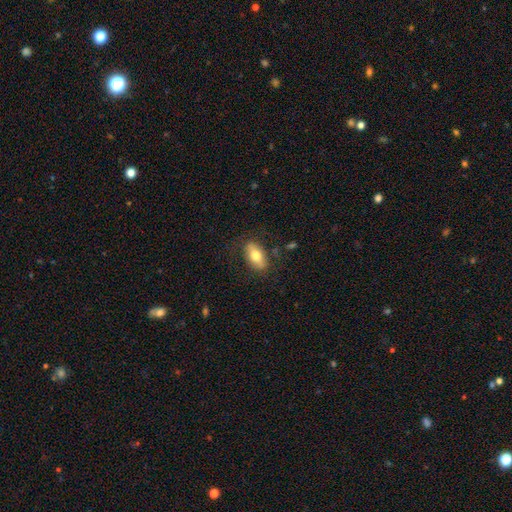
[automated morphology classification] type=smooth (70%); roundness=in between (89%); merging=none (79%).